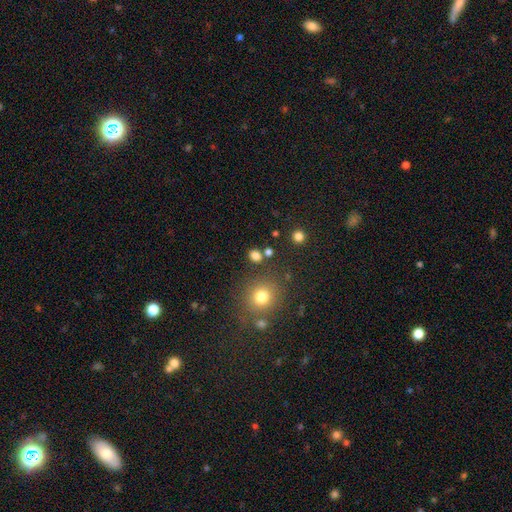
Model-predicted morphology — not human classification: Smooth or featured? smooth (78%)
How rounded? round (65%)
Merging? none (80%)